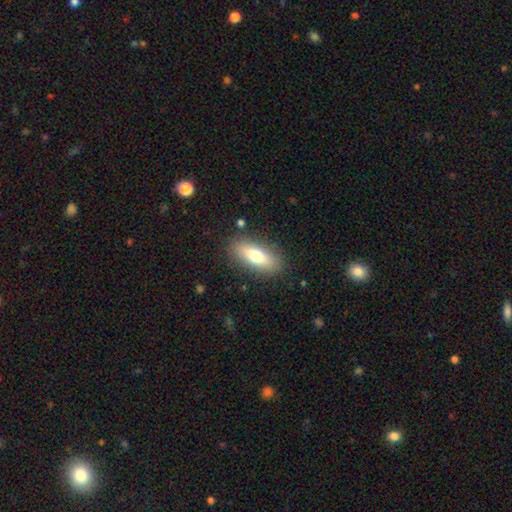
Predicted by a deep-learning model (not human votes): A smooth galaxy with no disk features (72%) that is in between round and cigar-shaped (74%). Merging: none (86%).